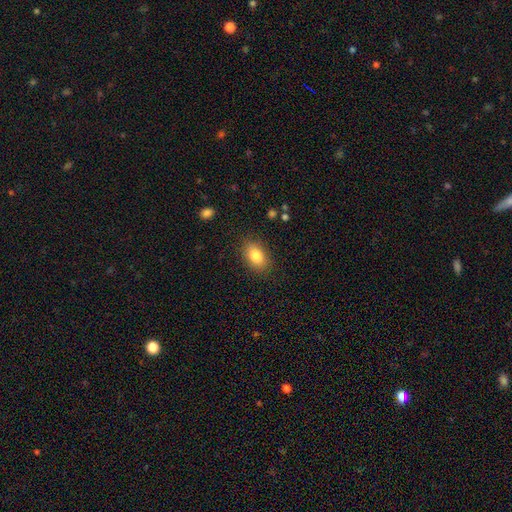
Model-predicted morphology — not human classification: Smooth or featured? smooth (83%)
How rounded? in between (84%)
Merging? none (85%)